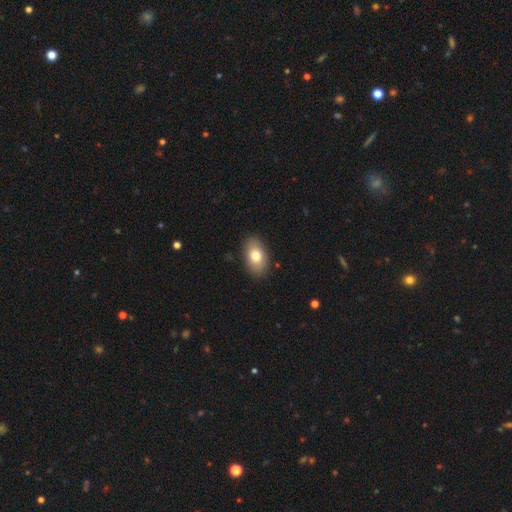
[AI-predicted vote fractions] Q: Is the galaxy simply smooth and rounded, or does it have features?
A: smooth — 77%.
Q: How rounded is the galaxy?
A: in between — 89%.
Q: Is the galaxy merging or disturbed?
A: none — 87%.